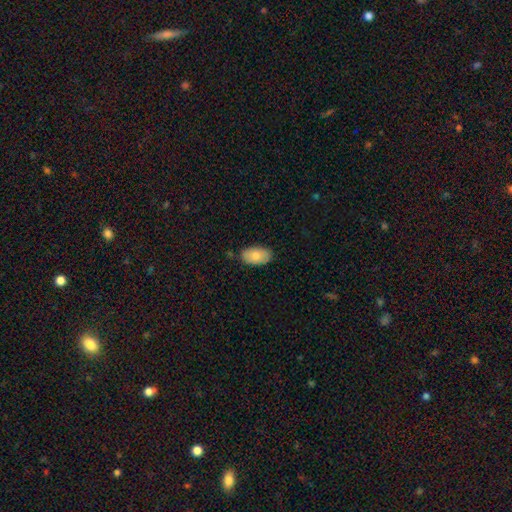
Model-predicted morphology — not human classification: Smooth or featured? smooth (78%)
How rounded? in between (94%)
Merging? none (83%)